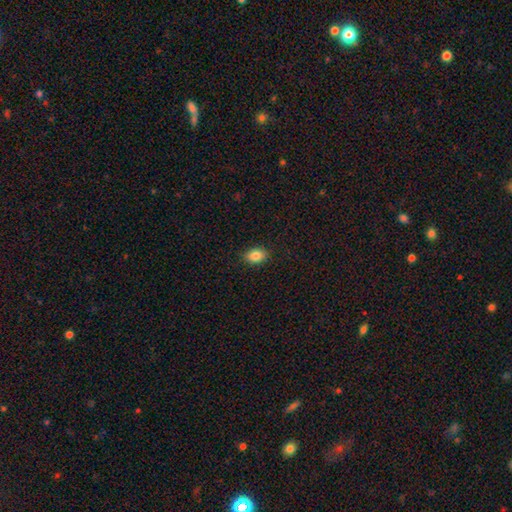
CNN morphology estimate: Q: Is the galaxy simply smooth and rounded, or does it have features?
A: smooth — 86%.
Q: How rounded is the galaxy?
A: in between — 78%.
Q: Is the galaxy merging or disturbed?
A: none — 89%.